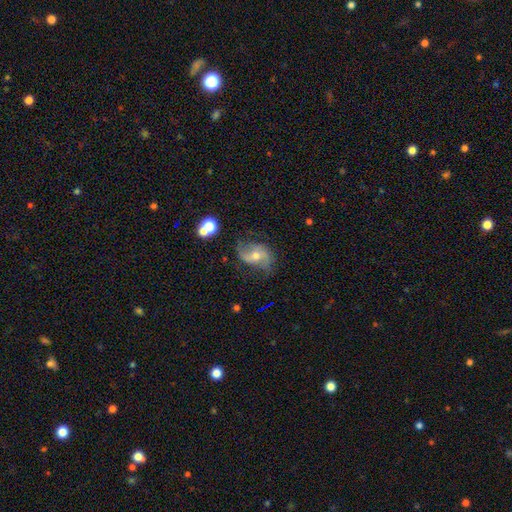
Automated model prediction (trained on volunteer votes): featured or disk 75%, smooth 16%, star or artifact 9%. Down the decision tree: edge-on disk — no (96%); bar — no (47%); spiral arms — yes (92%); spiral arm count — 2 (86%); spiral winding — loose (64%); bulge size — moderate (59%); merging — none (64%).